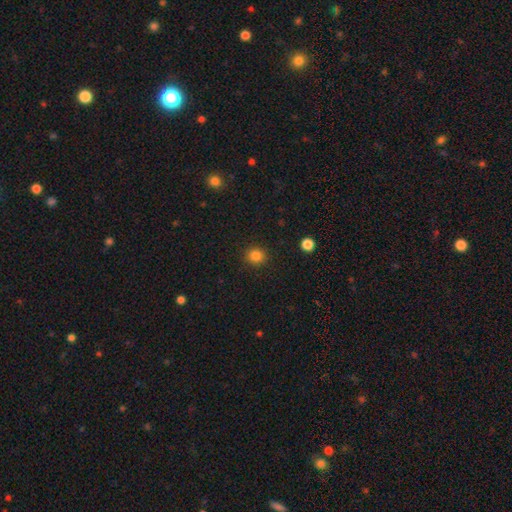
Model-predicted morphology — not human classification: Q: Smooth or featured?
A: smooth (83%); runner-up: star or artifact (13%)
Q: How rounded?
A: round (88%); runner-up: in between (11%)
Q: Merging?
A: none (91%); runner-up: minor disturbance (6%)